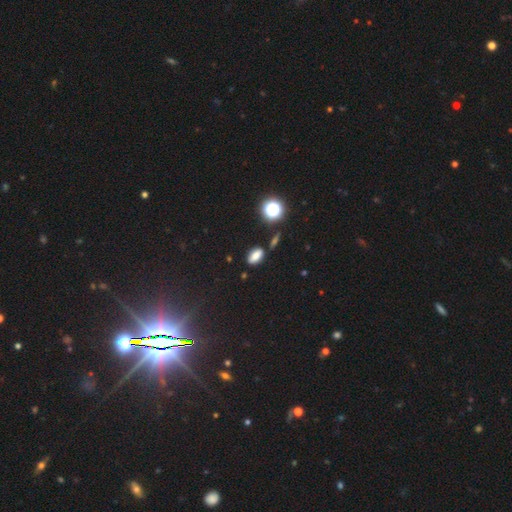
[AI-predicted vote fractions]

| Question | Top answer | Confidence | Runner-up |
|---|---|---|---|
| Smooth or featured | smooth | 76% | star or artifact (16%) |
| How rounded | in between | 84% | round (9%) |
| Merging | none | 80% | minor disturbance (12%) |